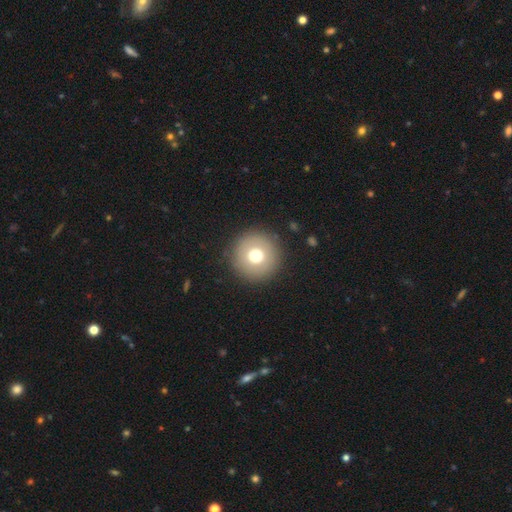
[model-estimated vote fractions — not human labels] A smooth galaxy with no disk features (70%) that is round (97%). Merging: none (90%).